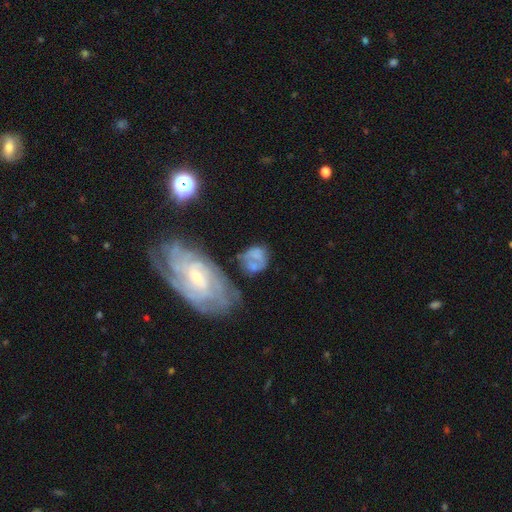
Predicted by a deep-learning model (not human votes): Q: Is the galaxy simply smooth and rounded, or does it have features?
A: smooth — 49%.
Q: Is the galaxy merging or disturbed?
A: none — 43%.